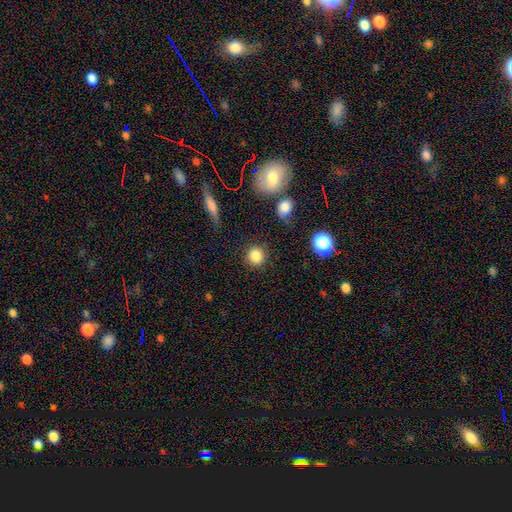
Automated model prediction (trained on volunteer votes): The model was most divided on "how rounded": round: 85%, in between: 13%, cigar-shaped: 1%. More confident: merging — none (87%); smooth or featured — smooth (85%).